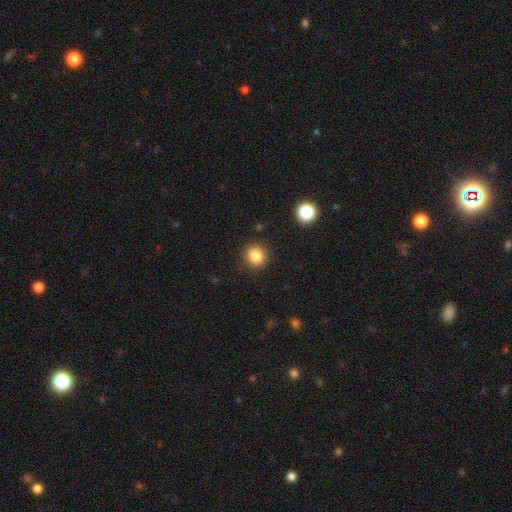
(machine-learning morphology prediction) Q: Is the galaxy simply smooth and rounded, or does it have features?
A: smooth — 84%.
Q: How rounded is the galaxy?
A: round — 86%.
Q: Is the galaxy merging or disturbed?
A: none — 89%.